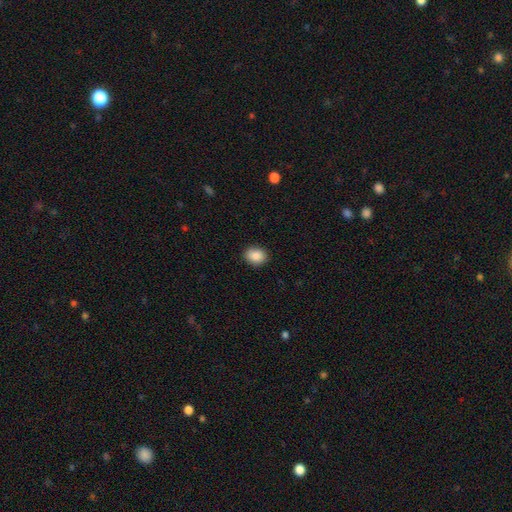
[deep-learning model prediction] A smooth galaxy with no disk features (88%) that is in between round and cigar-shaped (55%). Merging: none (89%).